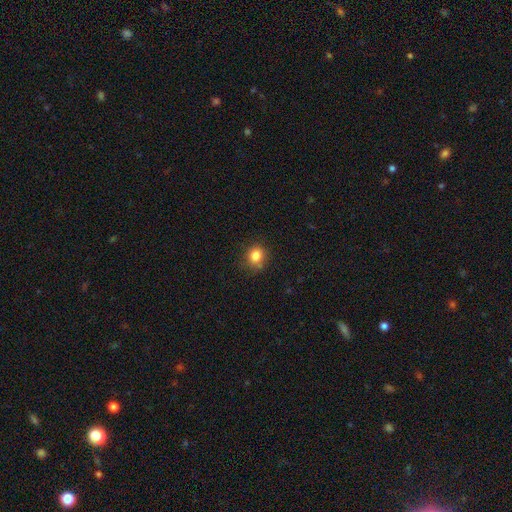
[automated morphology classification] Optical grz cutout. It shows a smooth galaxy with no disk features (82%) that is round (79%). Merging: none (80%).